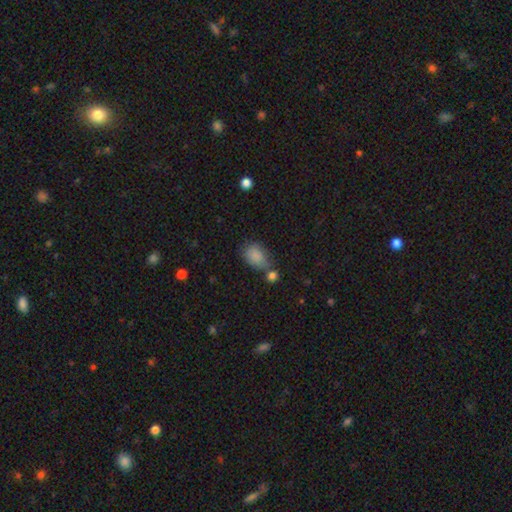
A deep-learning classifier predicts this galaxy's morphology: Smooth or featured? smooth (84%)
How rounded? in between (77%)
Merging? none (50%)